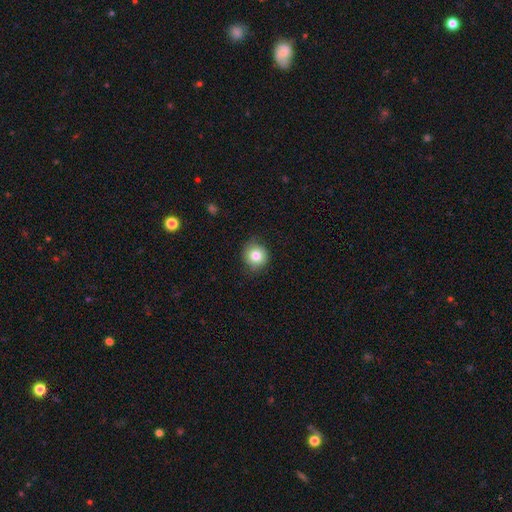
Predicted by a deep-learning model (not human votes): Smooth or featured? Predicted: smooth (p=0.82). How rounded? Predicted: round (p=0.88). Merging? Predicted: none (p=0.81).